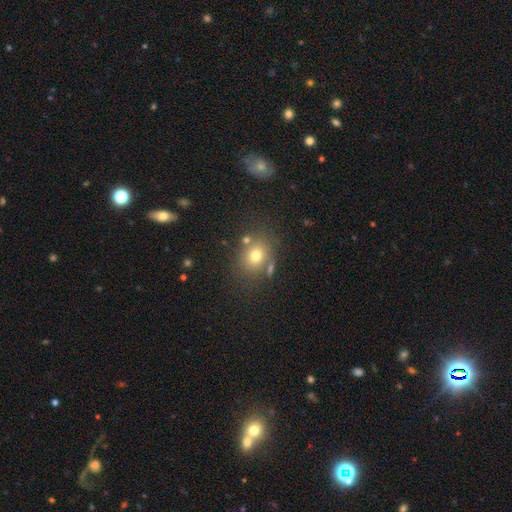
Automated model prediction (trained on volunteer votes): The model was most divided on "how rounded": round: 59%, in between: 40%, cigar-shaped: 1%. More confident: smooth or featured — smooth (73%); merging — none (70%).